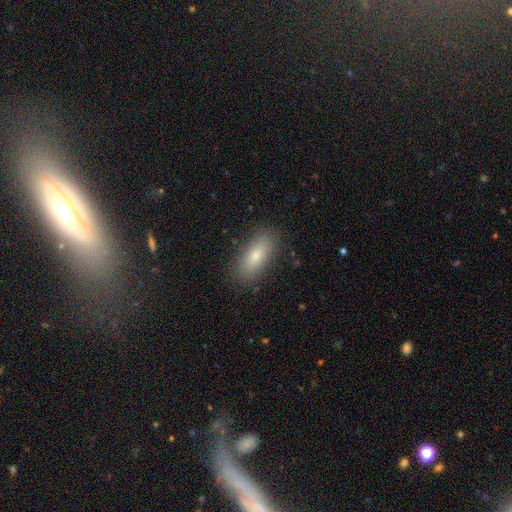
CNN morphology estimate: smooth 78%, featured or disk 15%, star or artifact 8%. Down the decision tree: how rounded — in between (75%); merging — none (85%).